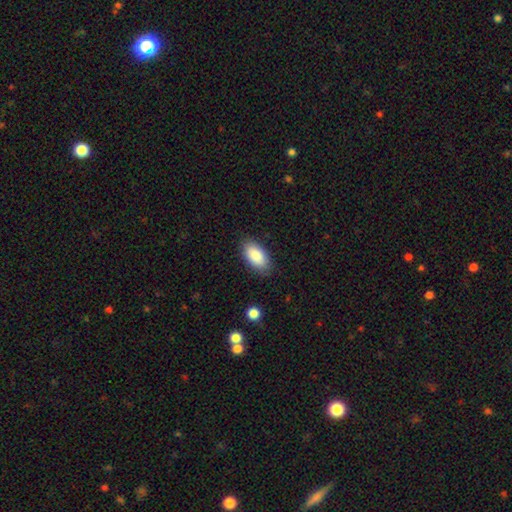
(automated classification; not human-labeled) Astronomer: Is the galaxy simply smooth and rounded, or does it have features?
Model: smooth — 89%.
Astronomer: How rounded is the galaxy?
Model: in between — 94%.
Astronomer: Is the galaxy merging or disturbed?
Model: none — 84%.